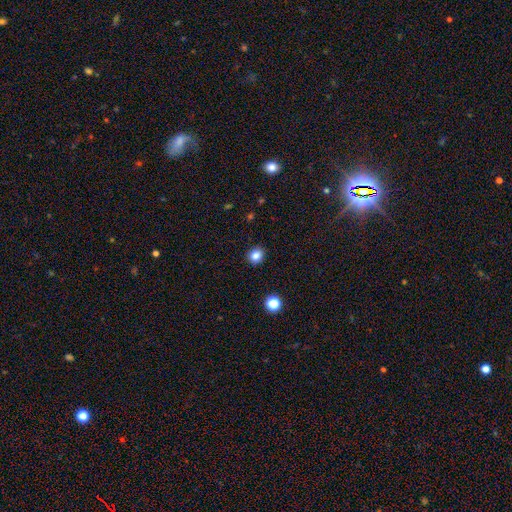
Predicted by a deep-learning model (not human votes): Morphology: type=smooth (83%); roundness=round (77%); merging=none (91%).